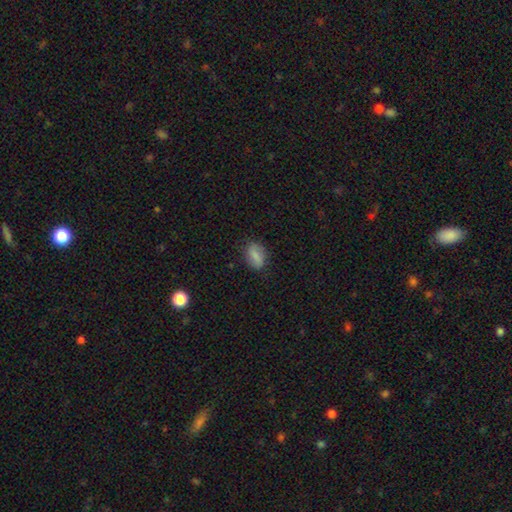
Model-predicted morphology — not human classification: Q: Smooth or featured?
A: smooth (76%); runner-up: featured or disk (16%)
Q: How rounded?
A: in between (82%); runner-up: round (15%)
Q: Merging?
A: none (80%); runner-up: minor disturbance (15%)